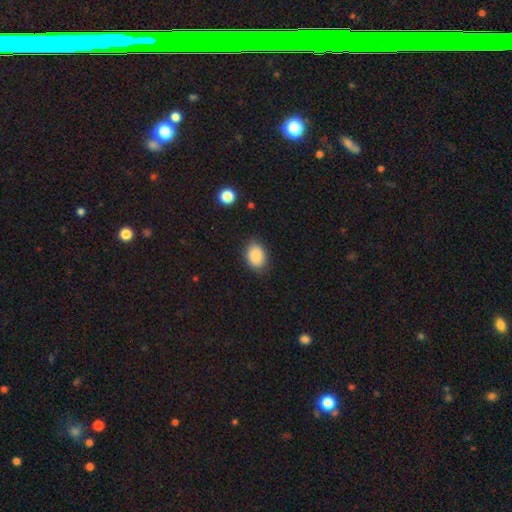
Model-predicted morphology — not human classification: type=smooth (89%); roundness=in between (74%); merging=none (81%).